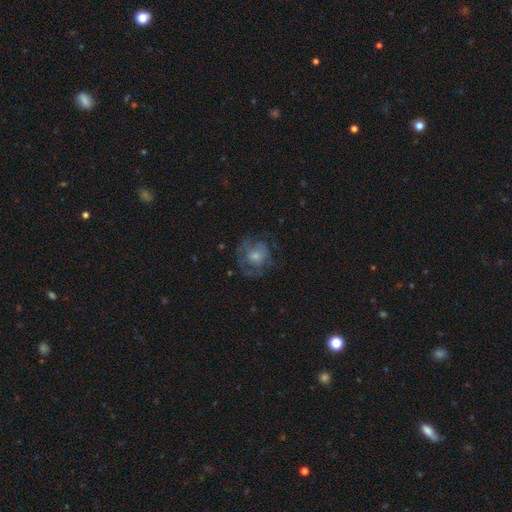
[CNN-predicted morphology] featured or disk 46%, smooth 45%, star or artifact 9%. Down the decision tree: merging — none (54%).